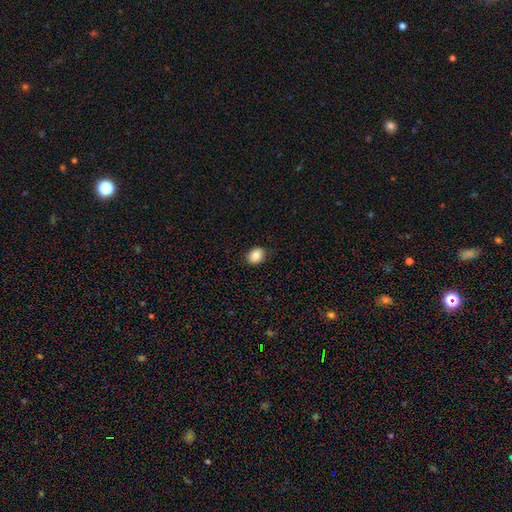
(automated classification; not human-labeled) This appears to be a smooth galaxy with no disk features (86%) that is round (58%). Merging: none (85%).